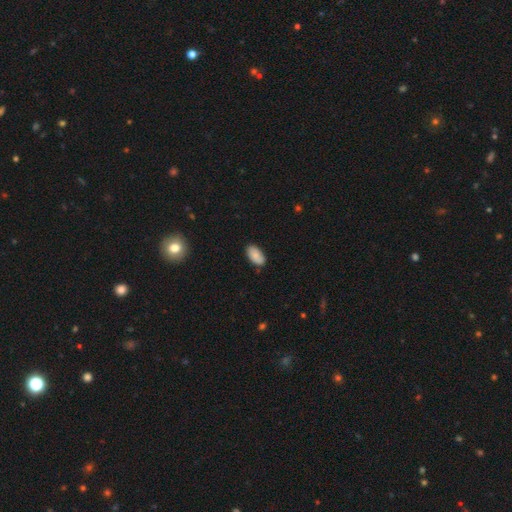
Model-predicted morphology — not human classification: The model was most divided on "merging": none: 81%, minor disturbance: 15%, major disturbance: 2%, merger: 2%. More confident: how rounded — in between (95%); smooth or featured — smooth (84%).